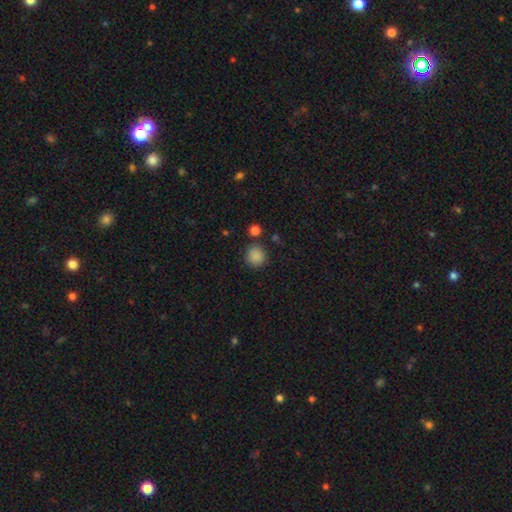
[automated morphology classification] A smooth galaxy with no disk features (86%) that is round (89%). Merging: none (83%).